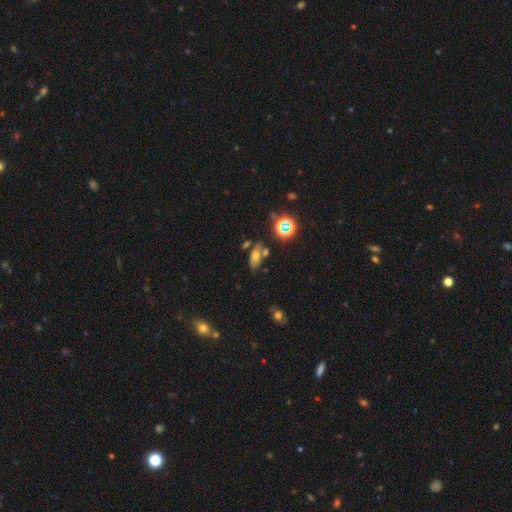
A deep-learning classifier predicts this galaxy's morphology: A smooth galaxy with no disk features (51%) that is in between round and cigar-shaped (79%). Merging: none (62%).